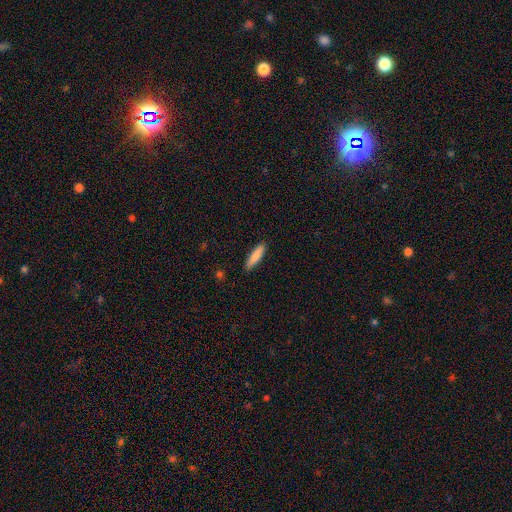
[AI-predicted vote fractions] Smooth or featured?
  - smooth: 85% *
  - featured or disk: 10%
  - star or artifact: 6%
How rounded?
  - cigar-shaped: 79% *
  - in between: 20%
  - round: 1%
Merging?
  - none: 89% *
  - minor disturbance: 8%
  - major disturbance: 2%
  - merger: 1%